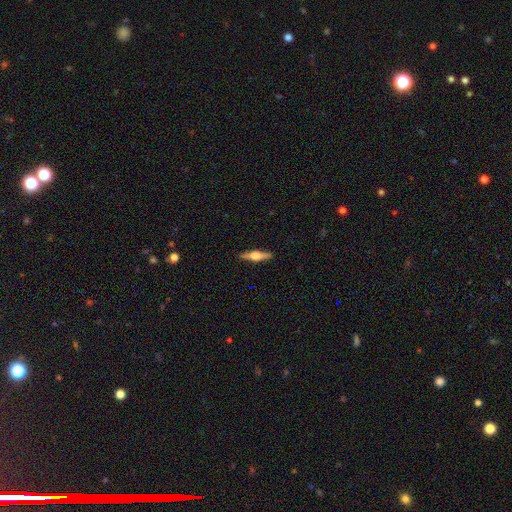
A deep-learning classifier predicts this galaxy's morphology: This is likely a featured or disk galaxy (69%). It is clearly viewed edge-on (97%). Edge-on bulge: clearly rounded (93%). Merging: clearly none (91%).